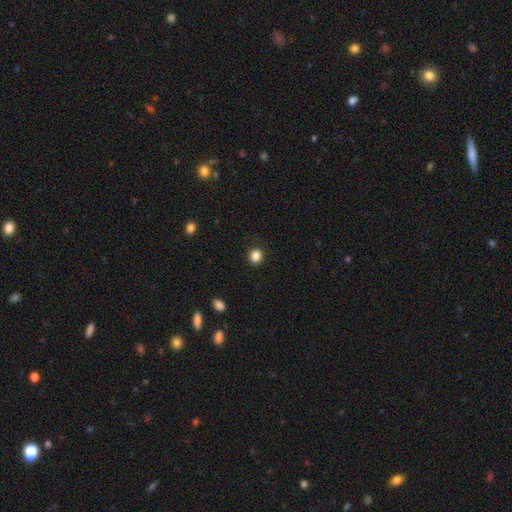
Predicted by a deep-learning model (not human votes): Smooth or featured? Predicted: smooth (p=0.87). How rounded? Predicted: round (p=0.70). Merging? Predicted: none (p=0.88).